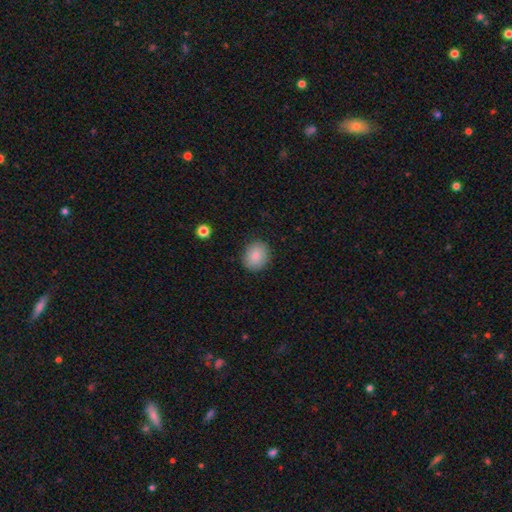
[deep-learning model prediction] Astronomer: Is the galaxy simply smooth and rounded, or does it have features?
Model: smooth — 81%.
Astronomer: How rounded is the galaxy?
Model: round — 59% (runner-up: in between, 40%).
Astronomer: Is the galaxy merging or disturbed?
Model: none — 86%.